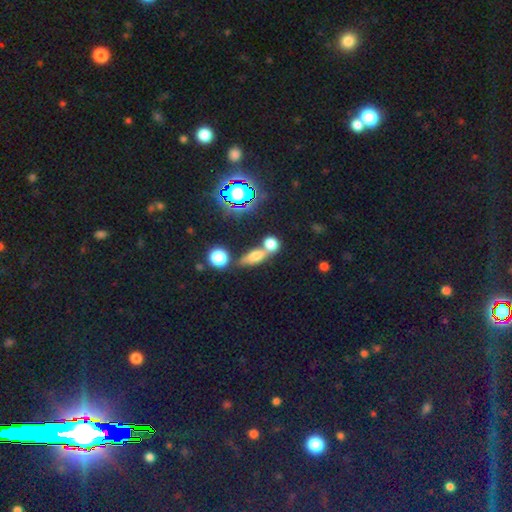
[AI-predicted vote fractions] Morphology: type=smooth (59%); roundness=in between (48%); merging=none (47%).